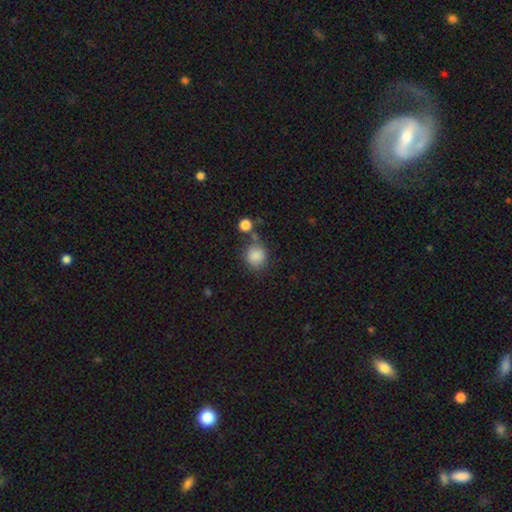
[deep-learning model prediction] Morphology: type=smooth (86%); roundness=round (82%); merging=none (68%).